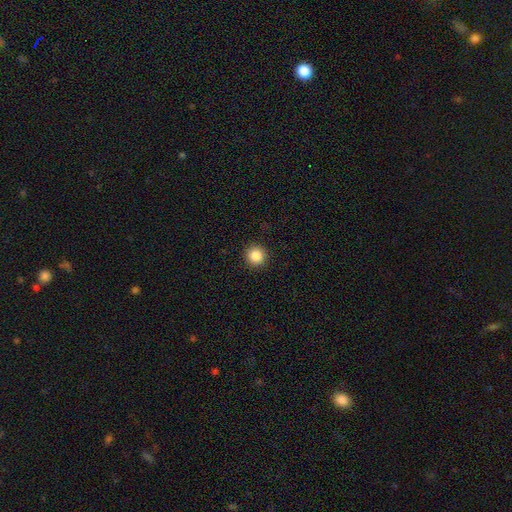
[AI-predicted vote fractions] smooth 86%, star or artifact 10%, featured or disk 4%. Down the decision tree: how rounded — round (95%); merging — none (93%).